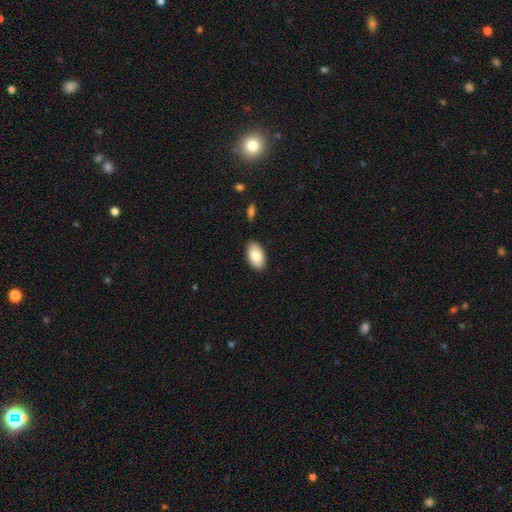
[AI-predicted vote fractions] A smooth galaxy with no disk features (84%) that is in between round and cigar-shaped (95%).

Vote fractions:
- Smooth or featured? smooth: 84% / featured or disk: 10% / star or artifact: 6%
- How rounded? in between: 95% / round: 3% / cigar-shaped: 2%
- Merging? none: 88% / minor disturbance: 9% / major disturbance: 2% / merger: 1%